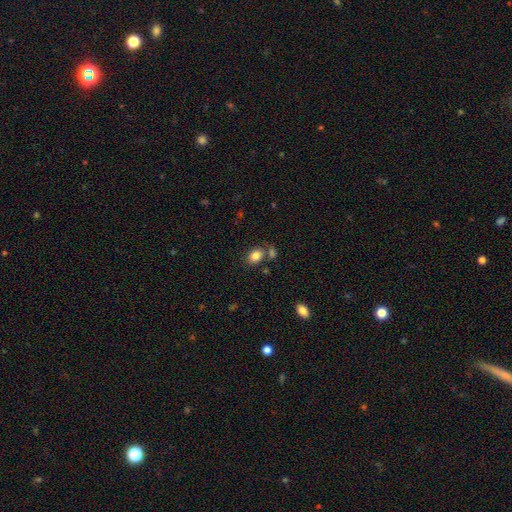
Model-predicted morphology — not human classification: type=smooth (84%); roundness=in between (67%); merging=none (66%).